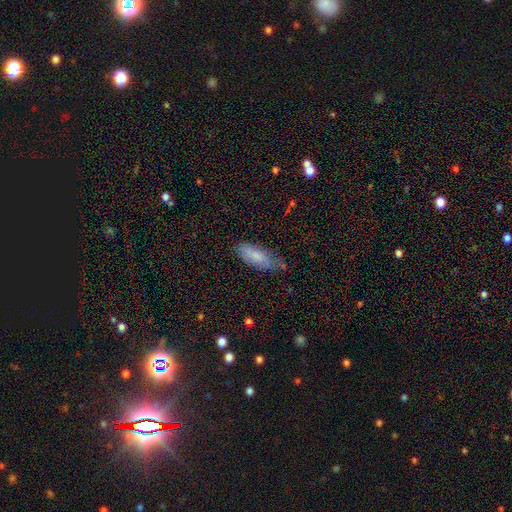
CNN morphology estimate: Overall: smooth (78%). How rounded: in between (69%). Merging: none (62%; minor disturbance 29%).